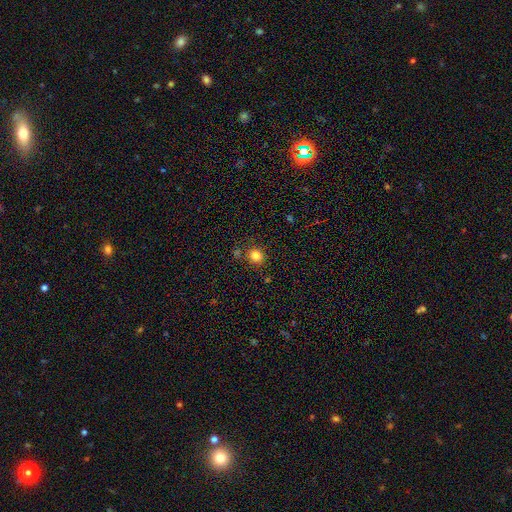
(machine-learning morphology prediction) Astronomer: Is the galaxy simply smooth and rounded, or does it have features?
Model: smooth — 82%.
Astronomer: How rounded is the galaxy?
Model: round — 86%.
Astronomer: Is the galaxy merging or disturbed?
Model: none — 83%.